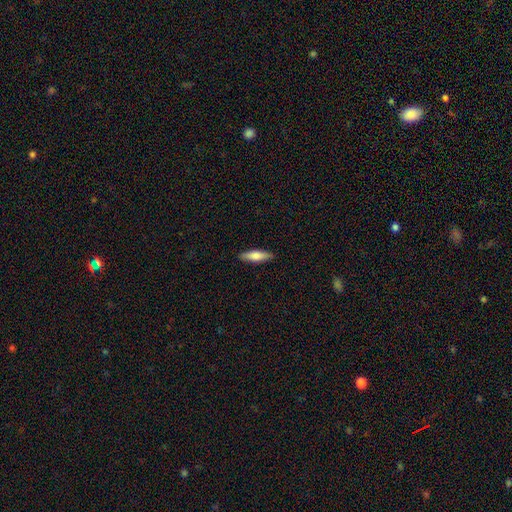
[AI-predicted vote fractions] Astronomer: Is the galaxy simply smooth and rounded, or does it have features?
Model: smooth — 68%.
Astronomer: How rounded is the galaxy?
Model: cigar-shaped — 64%.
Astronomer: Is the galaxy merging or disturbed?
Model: none — 89%.